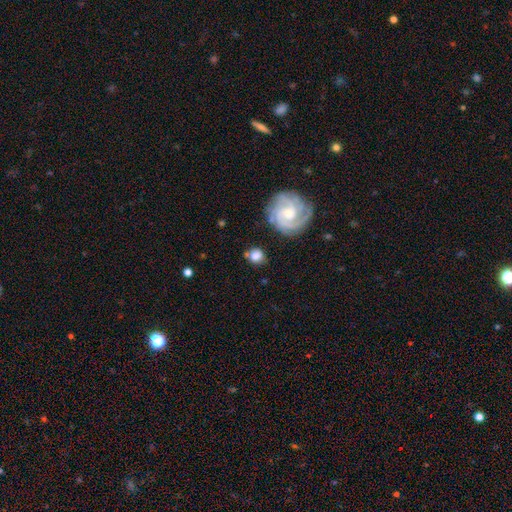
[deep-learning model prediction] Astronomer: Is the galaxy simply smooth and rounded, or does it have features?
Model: smooth — 59%.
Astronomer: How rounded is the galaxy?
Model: round — 78%.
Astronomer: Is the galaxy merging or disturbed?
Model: none — 75%.